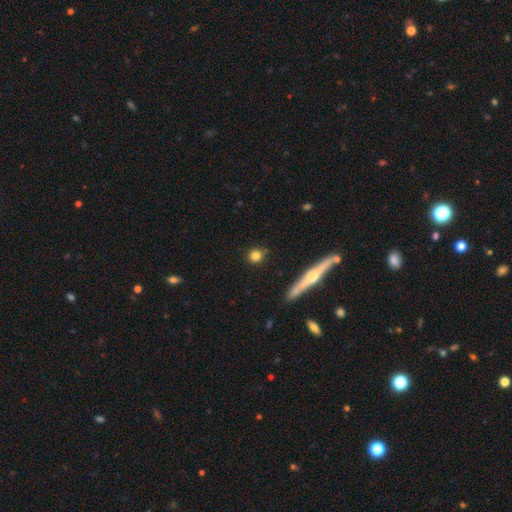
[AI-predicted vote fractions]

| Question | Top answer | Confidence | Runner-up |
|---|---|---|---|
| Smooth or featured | smooth | 79% | featured or disk (11%) |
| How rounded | round | 89% | in between (8%) |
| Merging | none | 86% | minor disturbance (9%) |